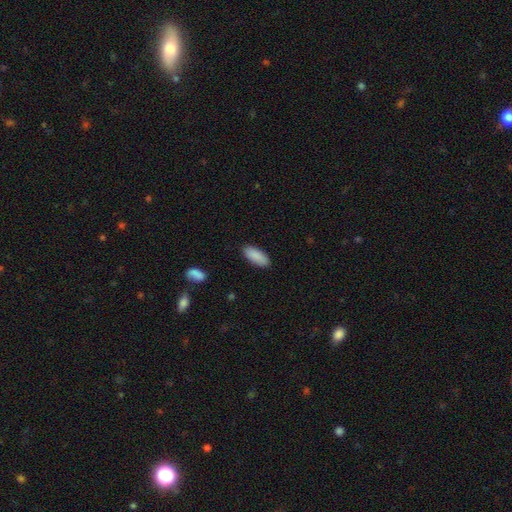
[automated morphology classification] The model was most divided on "how rounded": in between: 80%, cigar-shaped: 19%, round: 2%. More confident: smooth or featured — smooth (90%); merging — none (88%).